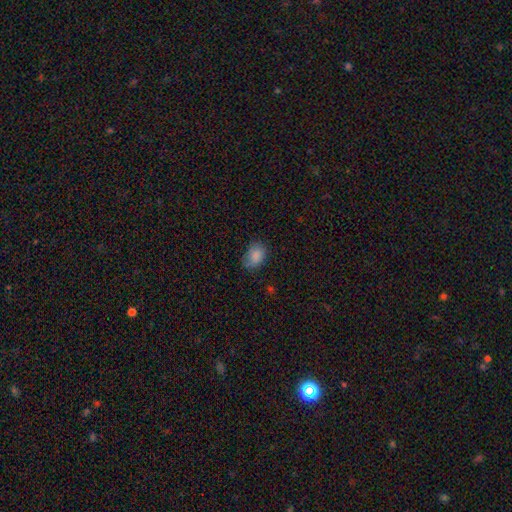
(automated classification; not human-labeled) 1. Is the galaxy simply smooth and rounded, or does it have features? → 84% smooth, 9% star or artifact, 7% featured or disk.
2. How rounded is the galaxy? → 74% in between, 25% round, 1% cigar-shaped.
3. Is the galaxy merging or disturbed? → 64% none, 27% minor disturbance, 7% major disturbance, 2% merger.